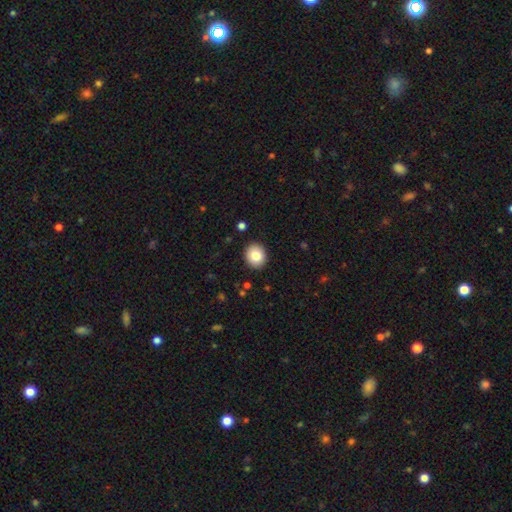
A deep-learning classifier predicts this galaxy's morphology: Overall: smooth (83%). How rounded: round (72%). Merging: none (91%).